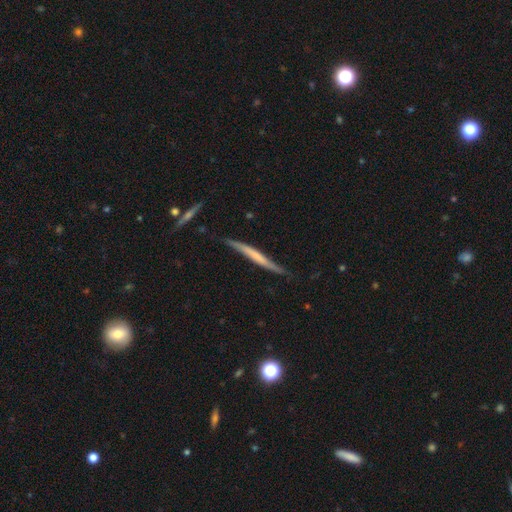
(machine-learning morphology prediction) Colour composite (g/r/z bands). It shows a featured or disk galaxy (52%) viewed edge-on (93%). Merging: none (74%).